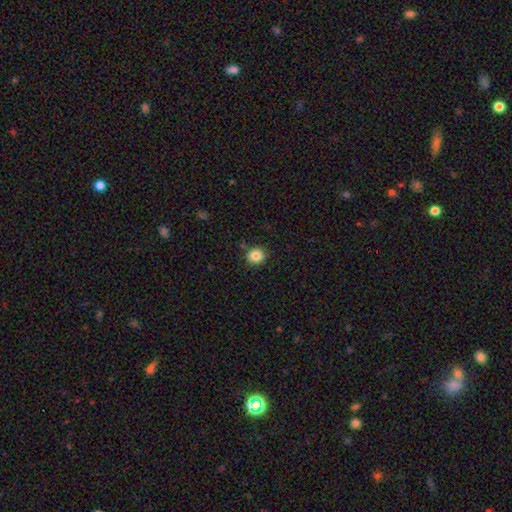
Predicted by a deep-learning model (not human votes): This is clearly a smooth galaxy (85%). How rounded: clearly round (89%). Merging: clearly none (88%).